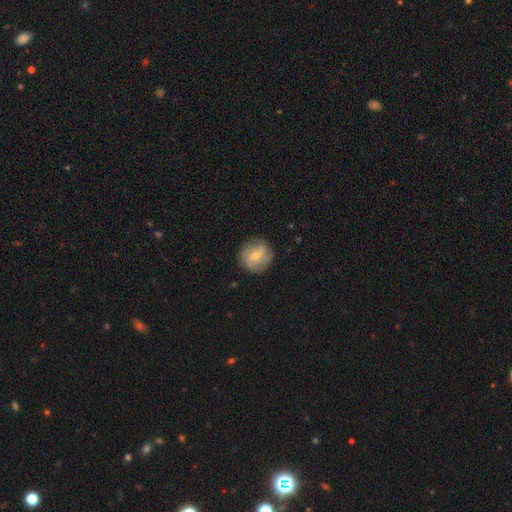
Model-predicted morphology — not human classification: A featured or disk galaxy (46%). Merging: none (86%).